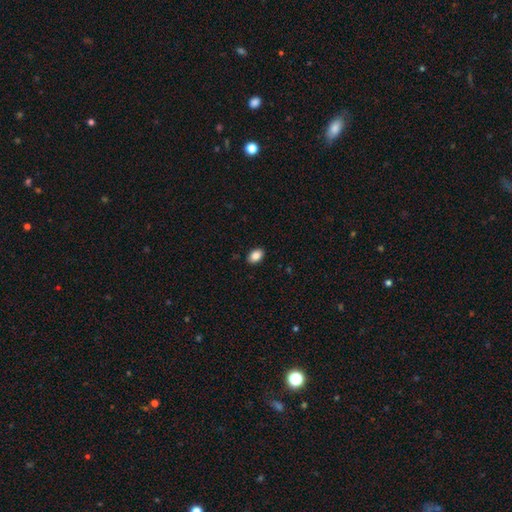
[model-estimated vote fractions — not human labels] Smooth or featured: smooth — 87% (star or artifact — 8%)
How rounded: in between — 84% (round — 14%)
Merging: none — 90% (minor disturbance — 8%)